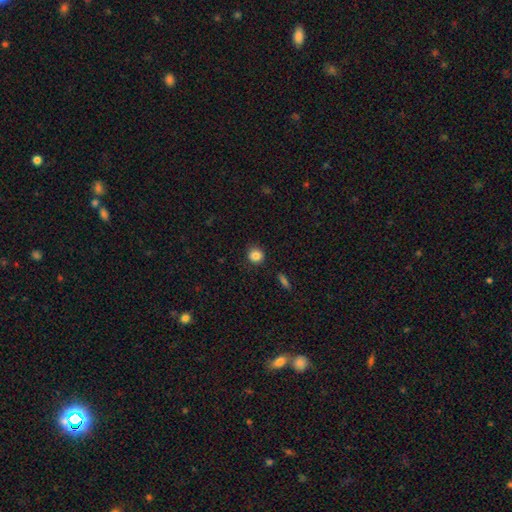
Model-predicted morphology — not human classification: Q: Smooth or featured?
A: smooth (85%); runner-up: star or artifact (10%)
Q: How rounded?
A: round (87%); runner-up: in between (12%)
Q: Merging?
A: none (89%); runner-up: minor disturbance (8%)